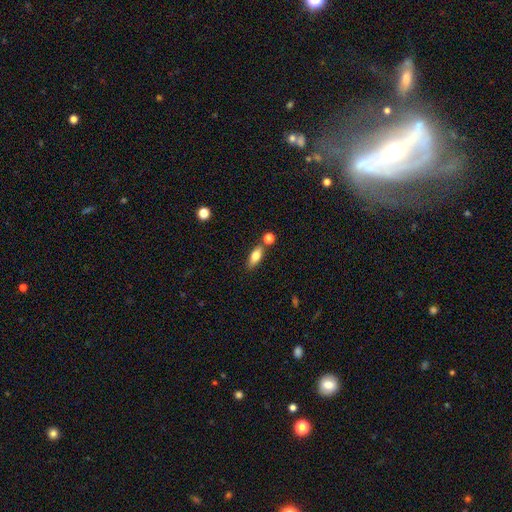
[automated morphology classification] Smooth or featured? smooth (74%)
How rounded? in between (74%)
Merging? none (70%)